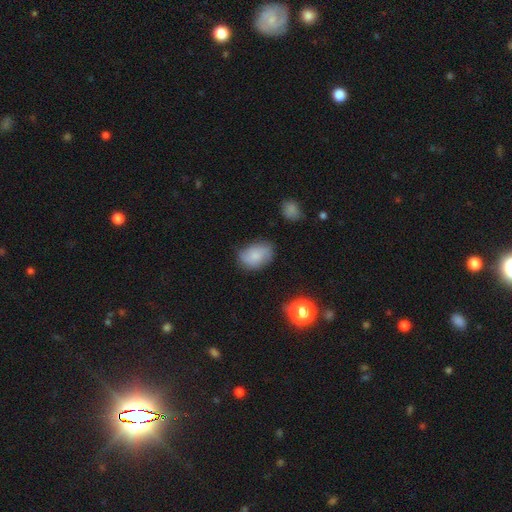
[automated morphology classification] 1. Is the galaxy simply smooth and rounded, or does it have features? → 66% smooth, 24% featured or disk, 9% star or artifact.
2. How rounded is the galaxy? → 80% in between, 18% round, 1% cigar-shaped.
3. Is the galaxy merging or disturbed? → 68% none, 24% minor disturbance, 6% major disturbance, 2% merger.